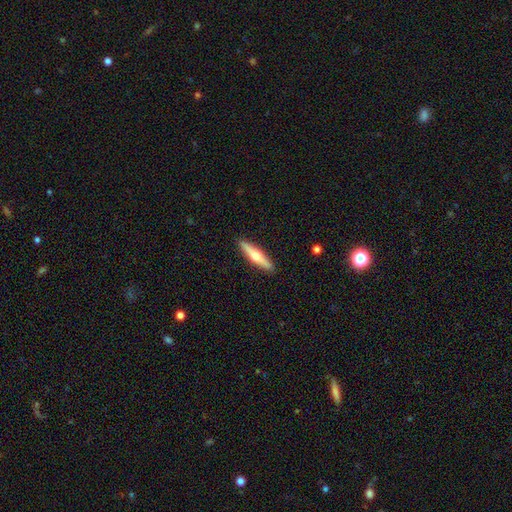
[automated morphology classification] Overall: featured or disk (48%; smooth 47%). Merging: none (91%).